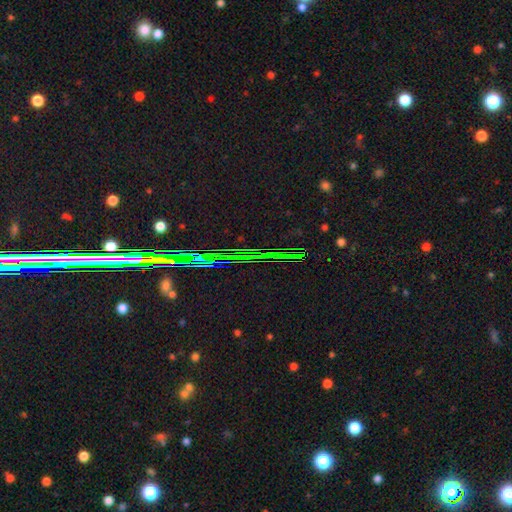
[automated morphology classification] Smooth or featured? Predicted: star or artifact (p=0.80).